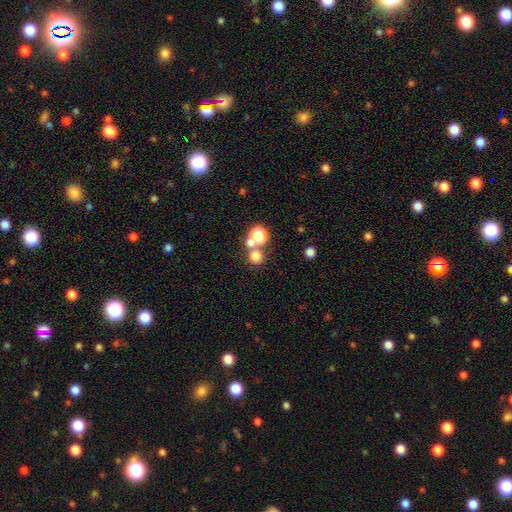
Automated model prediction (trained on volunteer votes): Overall: smooth (72%). How rounded: round (87%). Merging: none (53%; merger 37%).